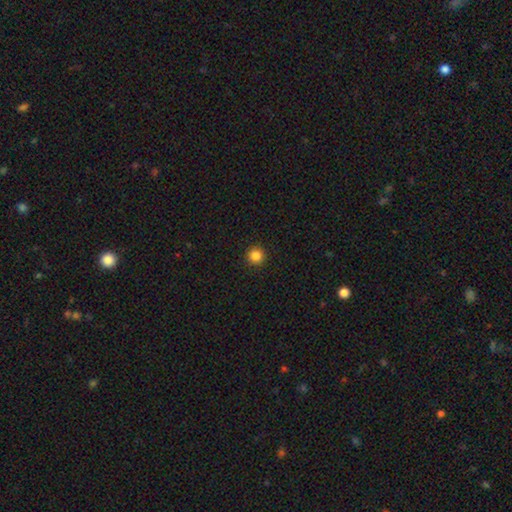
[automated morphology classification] This appears to be a smooth galaxy with no disk features (85%) that is round (96%). Merging: none (93%).